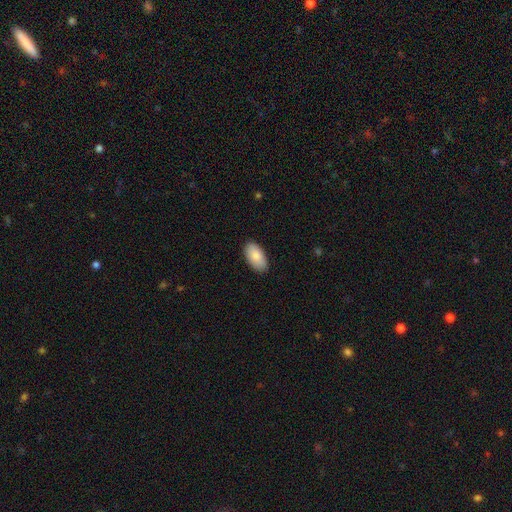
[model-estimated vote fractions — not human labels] A smooth galaxy with no disk features (87%) that is in between round and cigar-shaped (95%). Merging: none (88%).